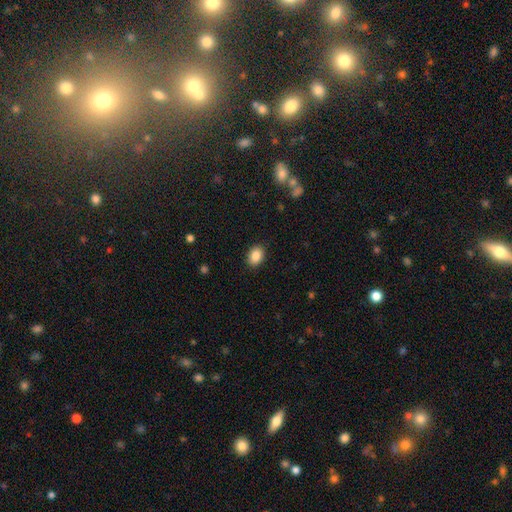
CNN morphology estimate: The model was most divided on "how rounded": in between: 75%, round: 24%, cigar-shaped: 1%. More confident: merging — none (89%); smooth or featured — smooth (87%).